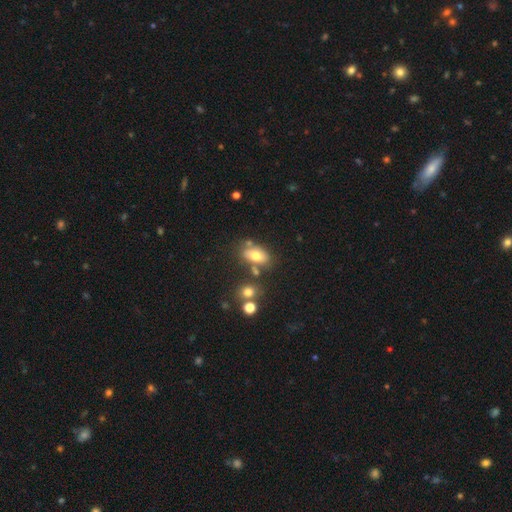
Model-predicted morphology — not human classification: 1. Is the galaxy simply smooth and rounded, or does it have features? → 71% smooth, 19% featured or disk, 9% star or artifact.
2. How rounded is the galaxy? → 88% in between, 8% round, 4% cigar-shaped.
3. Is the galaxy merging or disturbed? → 61% none, 17% merger, 17% minor disturbance, 6% major disturbance.